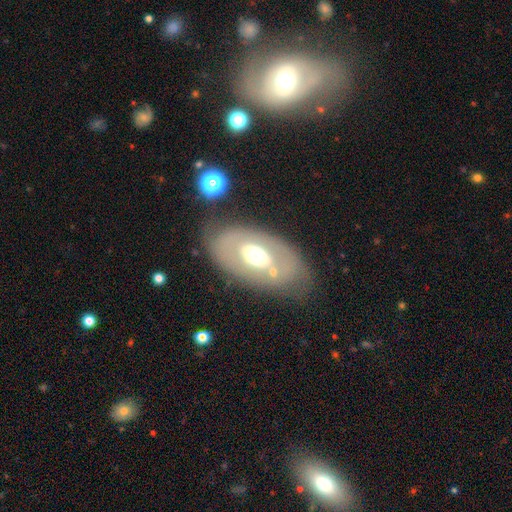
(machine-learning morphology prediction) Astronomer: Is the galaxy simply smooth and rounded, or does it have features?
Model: featured or disk — 51% (runner-up: smooth, 42%).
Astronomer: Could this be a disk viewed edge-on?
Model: no — 88%.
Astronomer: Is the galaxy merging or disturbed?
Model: none — 68%.